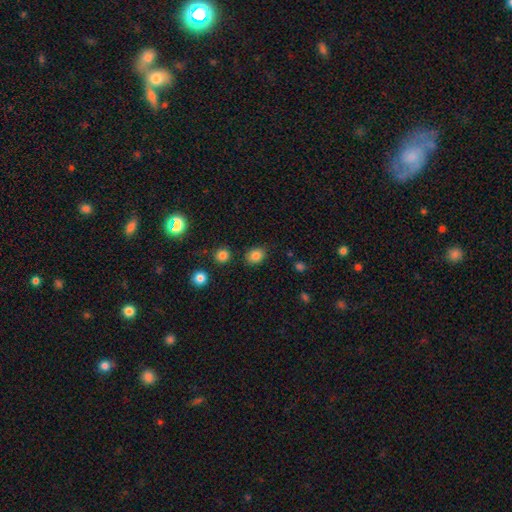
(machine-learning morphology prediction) Smooth or featured? smooth (84%)
How rounded? round (54%)
Merging? none (83%)